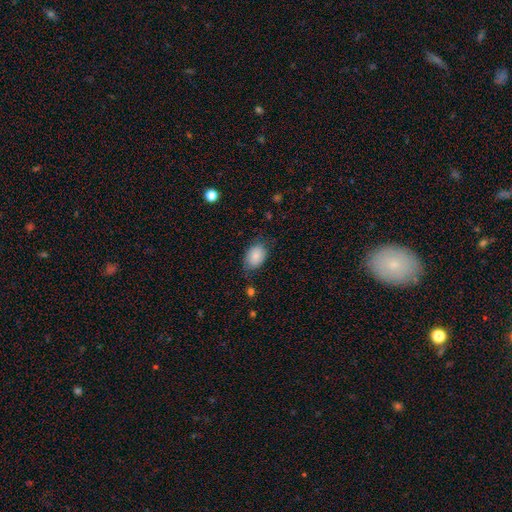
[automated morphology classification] Overall: smooth (83%). How rounded: in between (80%). Merging: none (68%).